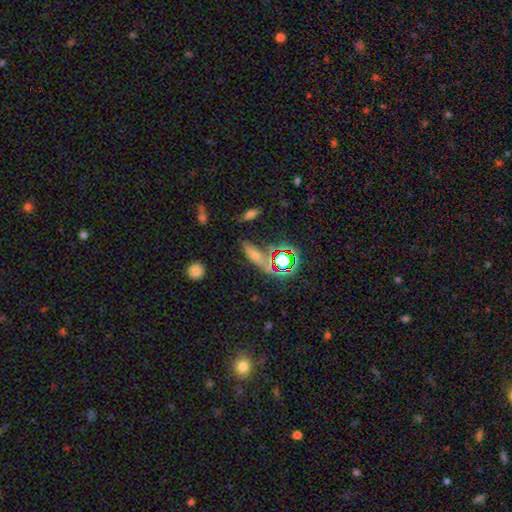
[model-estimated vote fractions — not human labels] A smooth galaxy with no disk features (53%) that is cigar-shaped (45%, tied with in between).

Vote fractions:
- Smooth or featured? smooth: 53% / star or artifact: 29% / featured or disk: 18%
- How rounded? cigar-shaped: 45% (tied) / in between: 45% (tied) / round: 10%
- Merging? none: 64% / minor disturbance: 18% / merger: 10% / major disturbance: 8%